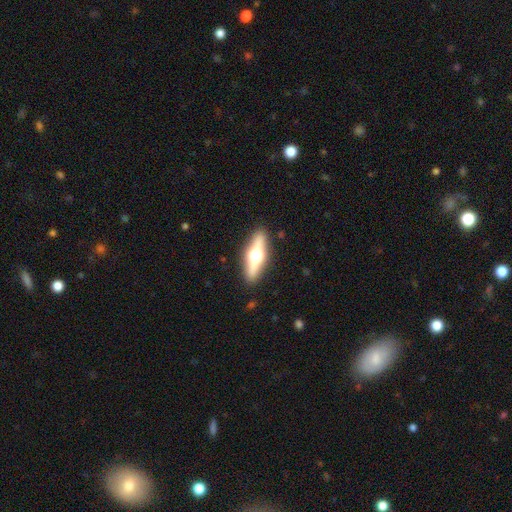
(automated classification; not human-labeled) The model was most divided on "smooth or featured": featured or disk: 64%, smooth: 30%, star or artifact: 6%. More confident: edge-on bulge — rounded (96%); edge-on disk — yes (94%); merging — none (89%).